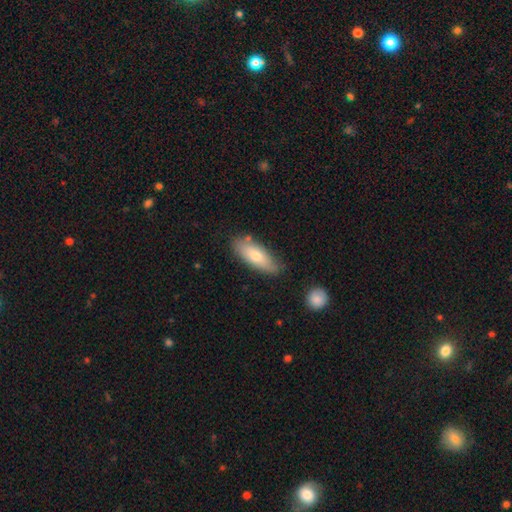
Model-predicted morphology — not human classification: This is likely a smooth galaxy (71%). How rounded: likely in between (70%). Merging: likely none (76%).